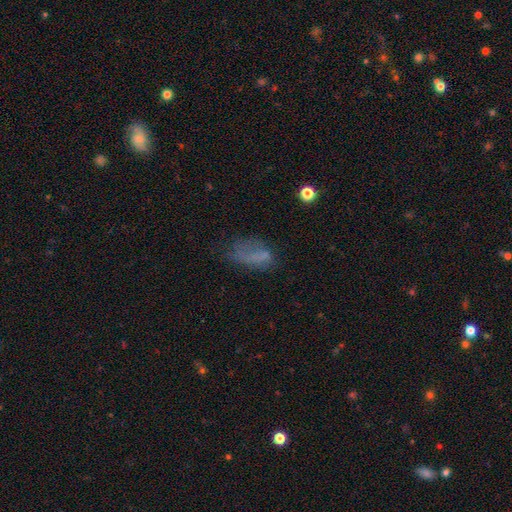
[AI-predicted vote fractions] Smooth or featured? smooth (57%)
How rounded? in between (84%)
Merging? none (38%)